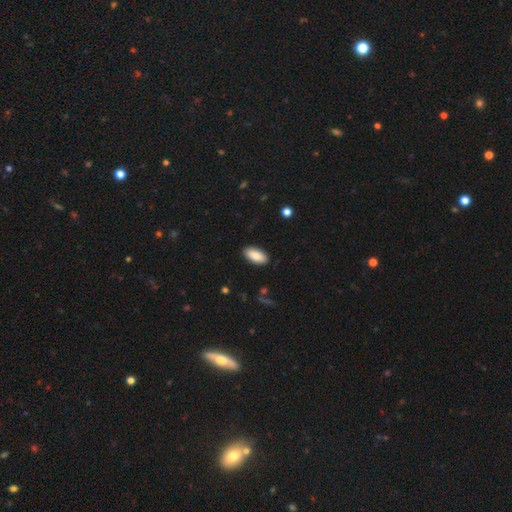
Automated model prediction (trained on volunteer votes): Smooth or featured? smooth (85%)
How rounded? in between (92%)
Merging? none (89%)